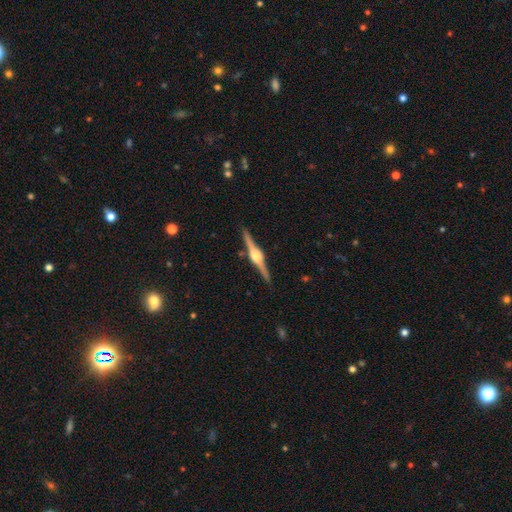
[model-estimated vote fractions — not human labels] Q: Smooth or featured?
A: featured or disk (87%); runner-up: smooth (8%)
Q: Edge-on disk?
A: yes (99%); runner-up: no (1%)
Q: Edge-on bulge?
A: rounded (92%); runner-up: boxy (7%)
Q: Merging?
A: none (91%); runner-up: minor disturbance (6%)